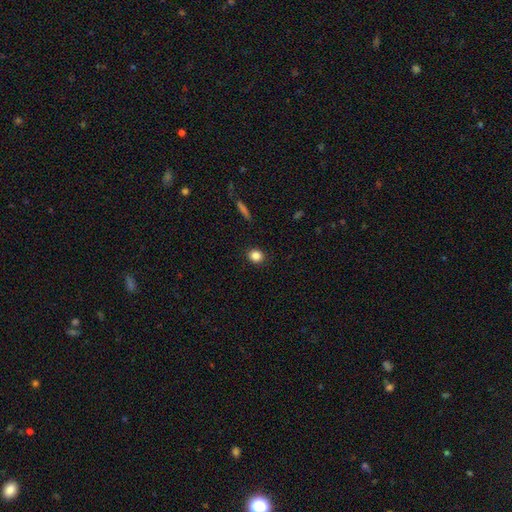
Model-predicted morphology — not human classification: The model was most divided on "how rounded": round: 83%, in between: 15%, cigar-shaped: 1%. More confident: merging — none (90%); smooth or featured — smooth (84%).